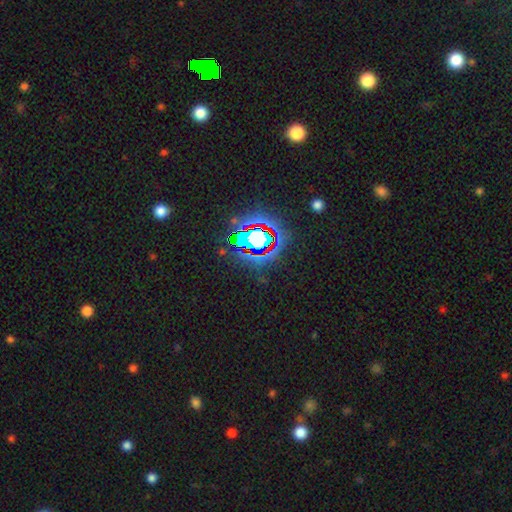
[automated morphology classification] Smooth or featured?
  - star or artifact: 82% *
  - smooth: 10%
  - featured or disk: 8%